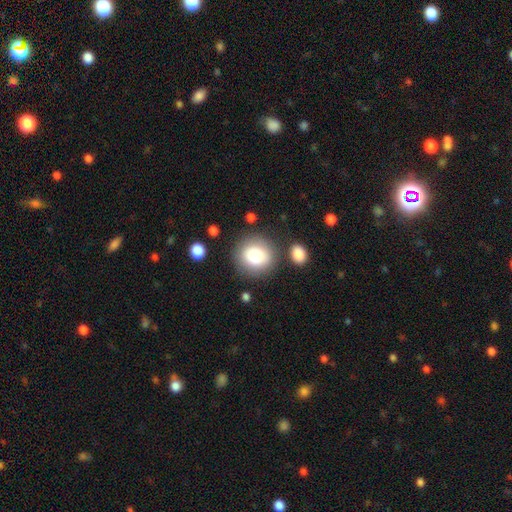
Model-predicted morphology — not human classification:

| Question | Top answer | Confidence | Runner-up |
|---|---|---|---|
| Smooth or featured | smooth | 81% | featured or disk (10%) |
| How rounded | round | 88% | in between (11%) |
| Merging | none | 79% | minor disturbance (10%) |